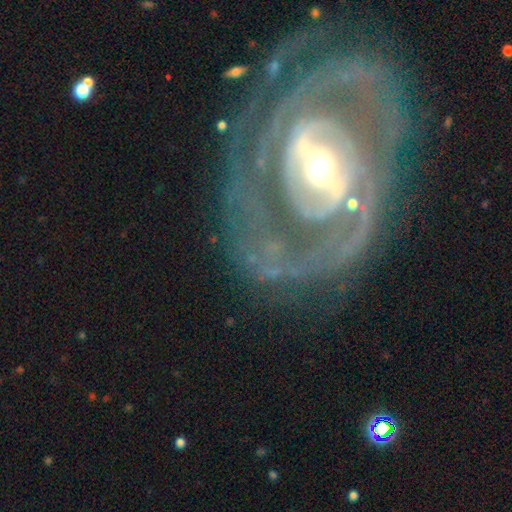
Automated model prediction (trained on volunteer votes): This is clearly a featured or disk galaxy (87%). It is clearly not viewed edge-on (95%). Bar: possibly strong (46%). Spiral arm pattern: clearly yes (87%). Spiral arm count: possibly 2 (45%). Spiral winding: possibly tight (59%). Central bulge: possibly moderate (59%). Merging: likely none (69%).